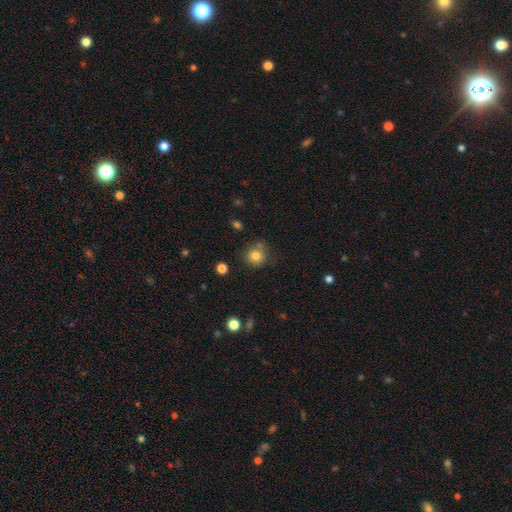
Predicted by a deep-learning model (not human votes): This appears to be a smooth galaxy with no disk features (80%) that is round (90%). Merging: none (77%).